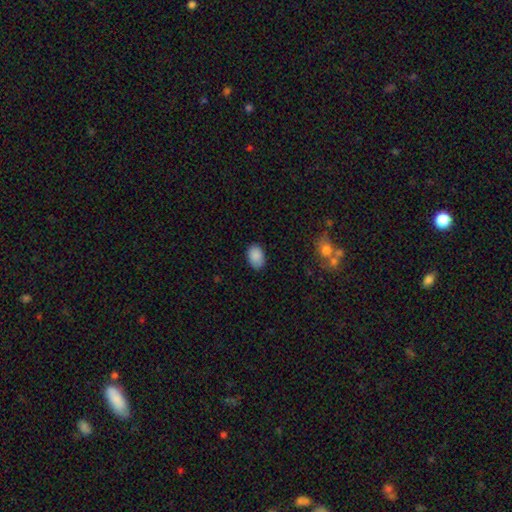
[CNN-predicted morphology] This is clearly a smooth galaxy (89%). How rounded: clearly in between (84%). Merging: clearly none (85%).